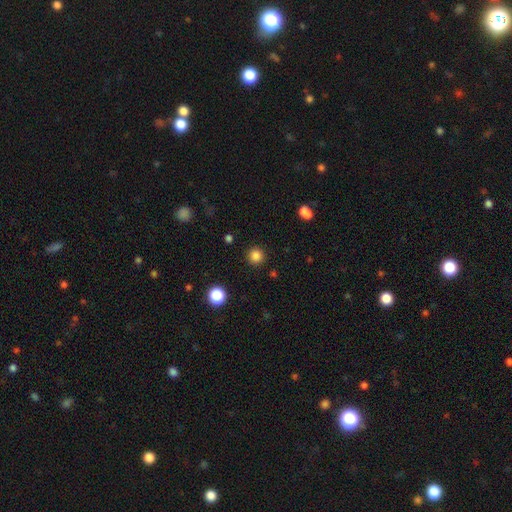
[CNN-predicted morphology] This appears to be a smooth galaxy with no disk features (84%) that is round (95%). Merging: none (91%).